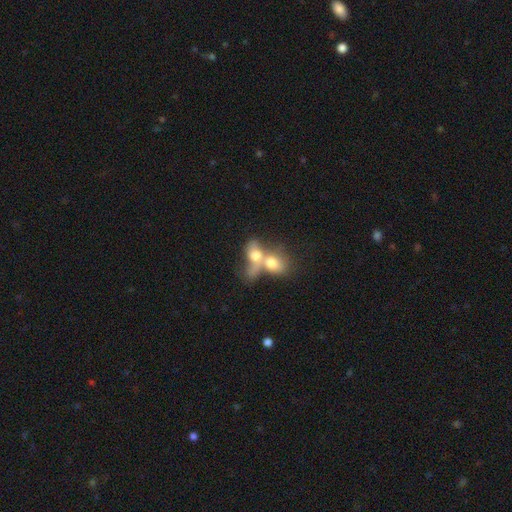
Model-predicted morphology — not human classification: This is likely a smooth galaxy (64%). How rounded: likely in between (66%). Merging: clearly merger (80%).